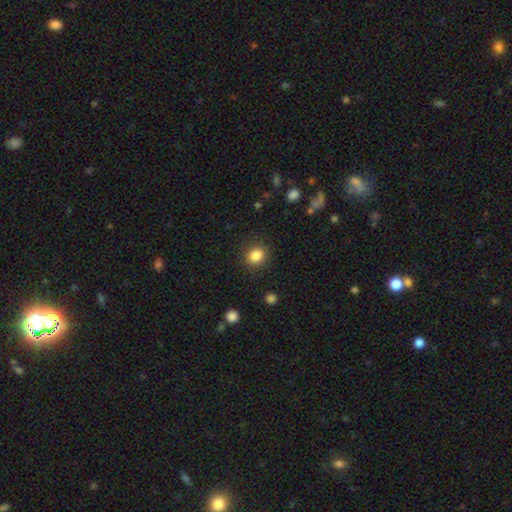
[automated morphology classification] This appears to be a smooth galaxy with no disk features (85%) that is round (77%). Merging: none (88%).